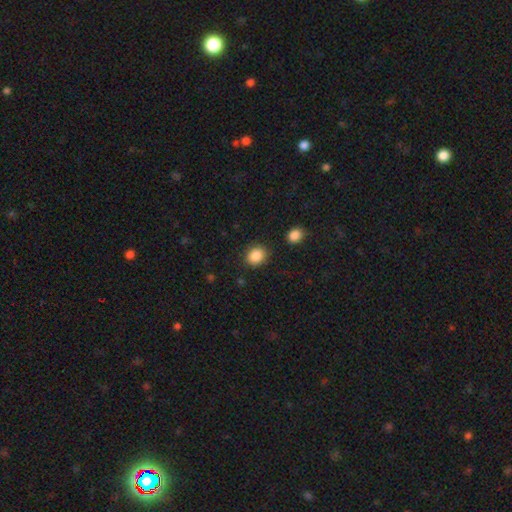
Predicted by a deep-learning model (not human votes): This is clearly a smooth galaxy (88%). How rounded: likely round (61%). Merging: clearly none (85%).